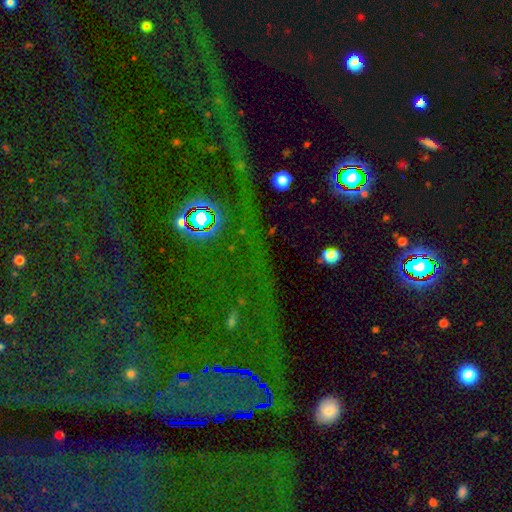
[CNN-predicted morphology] This is likely a star or artifact rather than a galaxy (79%).